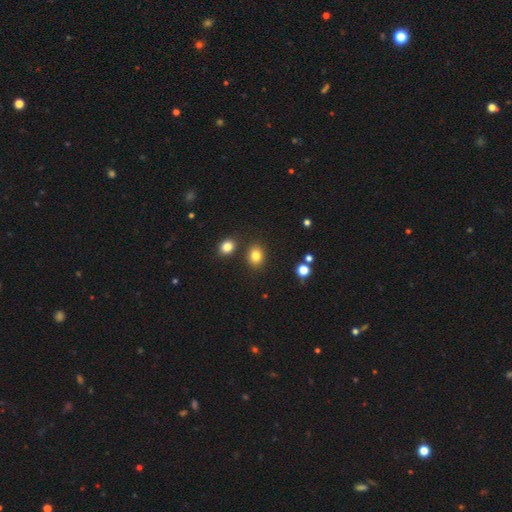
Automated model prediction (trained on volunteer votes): smooth-or-featured: smooth: 82% | star or artifact: 12% | featured or disk: 6%
  how-rounded: round: 56% | in between: 43% | cigar-shaped: 1%
  merging: none: 83% | minor disturbance: 8% | merger: 7% | major disturbance: 3%